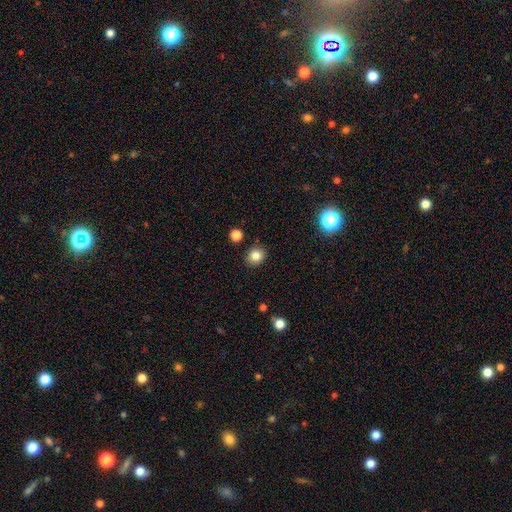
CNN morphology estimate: The model was most divided on "how rounded": round: 73%, in between: 26%, cigar-shaped: 1%. More confident: merging — none (88%); smooth or featured — smooth (82%).